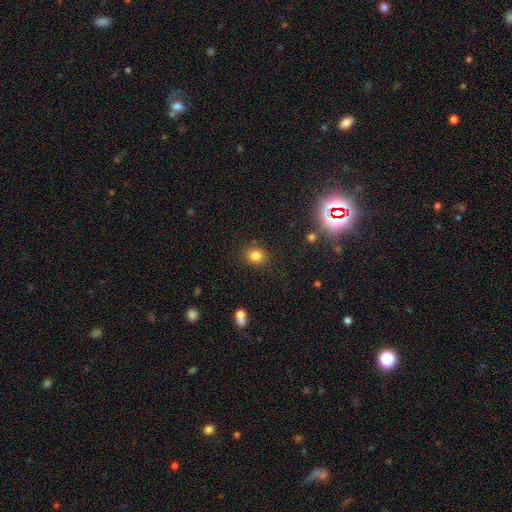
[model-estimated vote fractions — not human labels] Smooth or featured: smooth — 82% (star or artifact — 12%)
How rounded: round — 74% (in between — 25%)
Merging: none — 86% (minor disturbance — 8%)